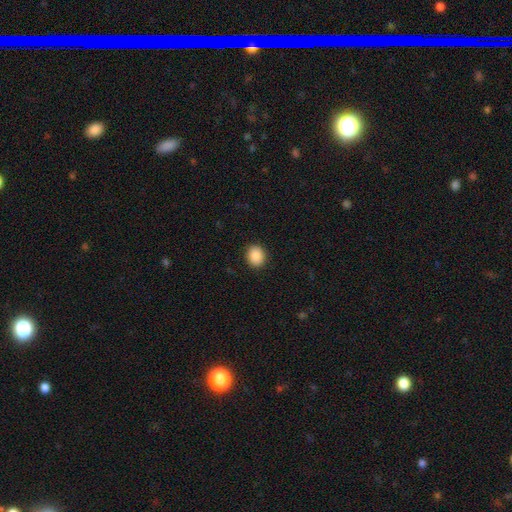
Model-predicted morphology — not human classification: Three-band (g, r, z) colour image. It shows a smooth galaxy with no disk features (89%) that is round (61%). Merging: none (91%).